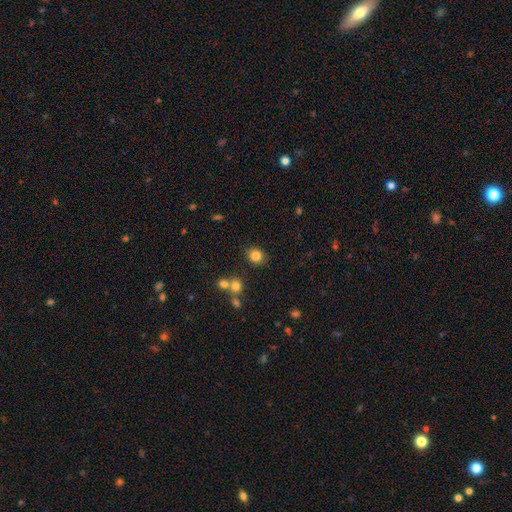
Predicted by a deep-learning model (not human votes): A smooth galaxy with no disk features (82%) that is round (75%).

Vote fractions:
- Smooth or featured? smooth: 82% / star or artifact: 12% / featured or disk: 6%
- How rounded? round: 75% / in between: 24% / cigar-shaped: 1%
- Merging? none: 82% / minor disturbance: 10% / merger: 5% / major disturbance: 3%